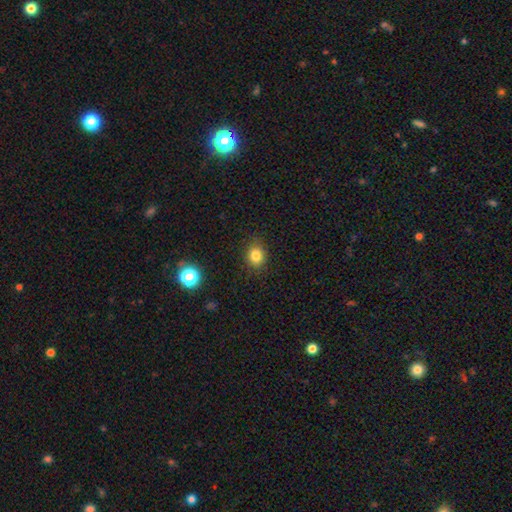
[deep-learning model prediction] Smooth or featured: smooth — 82% (star or artifact — 13%)
How rounded: round — 63% (in between — 36%)
Merging: none — 87% (minor disturbance — 10%)